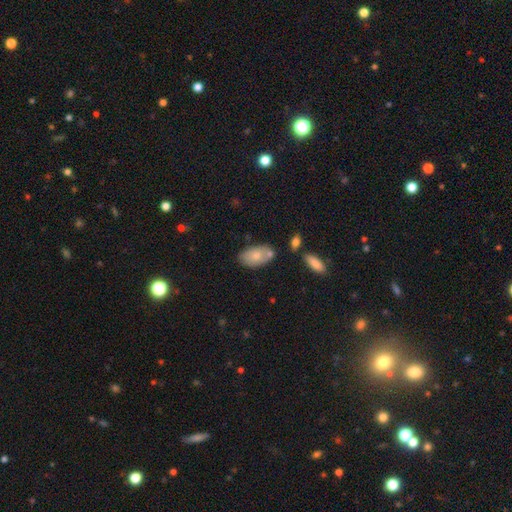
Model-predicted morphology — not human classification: smooth_or_featured: smooth (p=0.74) [alt: featured or disk p=0.20]
how_rounded: in between (p=0.93) [alt: round p=0.05]
merging: none (p=0.60) [alt: minor disturbance p=0.20]